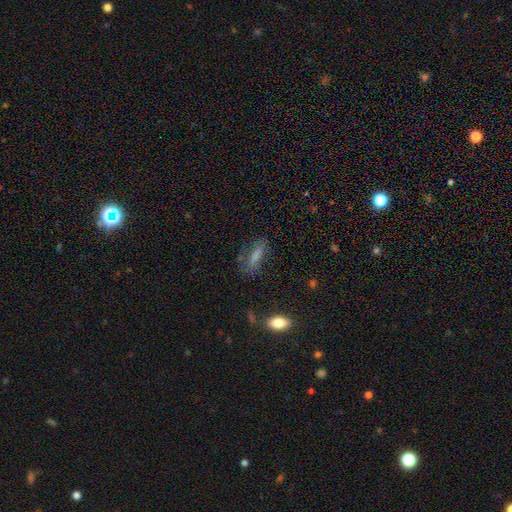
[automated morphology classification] Smooth or featured? smooth (70%)
How rounded? cigar-shaped (50%)
Merging? none (66%)